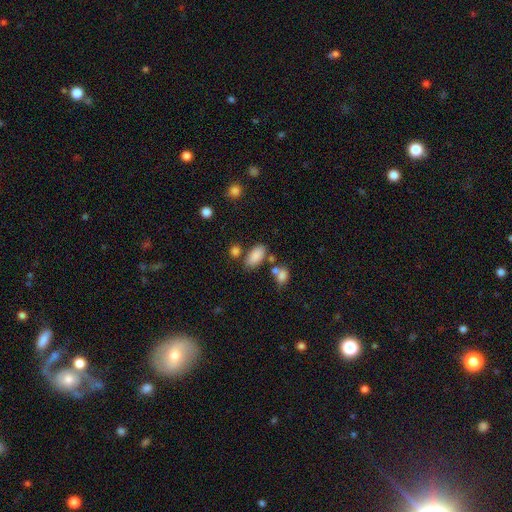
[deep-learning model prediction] This appears to be a smooth galaxy with no disk features (85%) that is in between round and cigar-shaped (92%). Merging: none (66%).